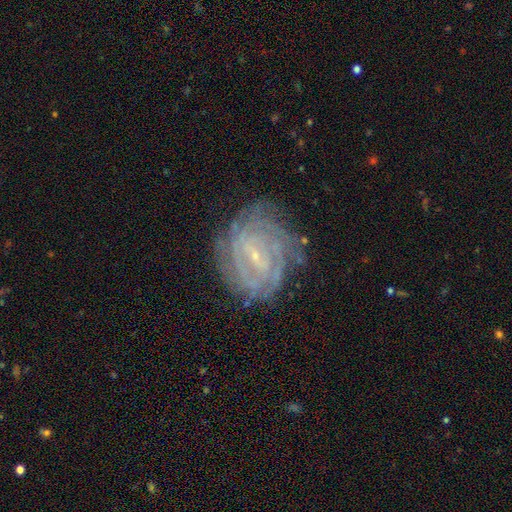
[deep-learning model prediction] This appears to be a featured or disk galaxy (84%) with a weak bar (51%), tight (78%) spiral arms (95%) and a small central bulge (82%). Merging: none (75%).